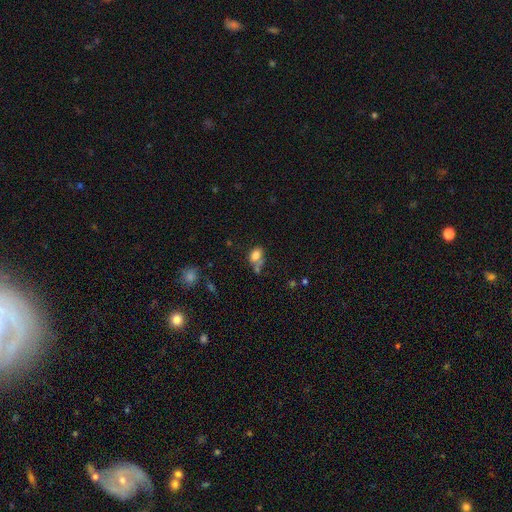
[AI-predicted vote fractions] Smooth or featured?
  - smooth: 78% *
  - featured or disk: 11%
  - star or artifact: 11%
How rounded?
  - in between: 81% *
  - round: 17%
  - cigar-shaped: 2%
Merging?
  - none: 40% *
  - merger: 28%
  - minor disturbance: 21%
  - major disturbance: 11%